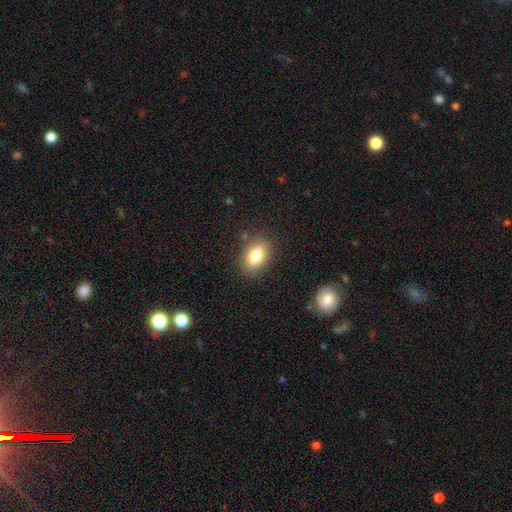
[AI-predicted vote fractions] The model was most divided on "smooth or featured": smooth: 81%, featured or disk: 10%, star or artifact: 8%. More confident: how rounded — in between (87%); merging — none (84%).